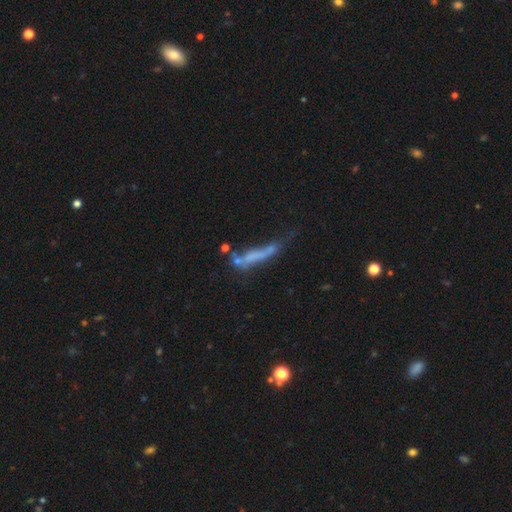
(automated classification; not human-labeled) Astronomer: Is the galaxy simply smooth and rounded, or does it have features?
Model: smooth — 45% (runner-up: featured or disk, 40%).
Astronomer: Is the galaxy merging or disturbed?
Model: none — 31% (runner-up: major disturbance, 25%).